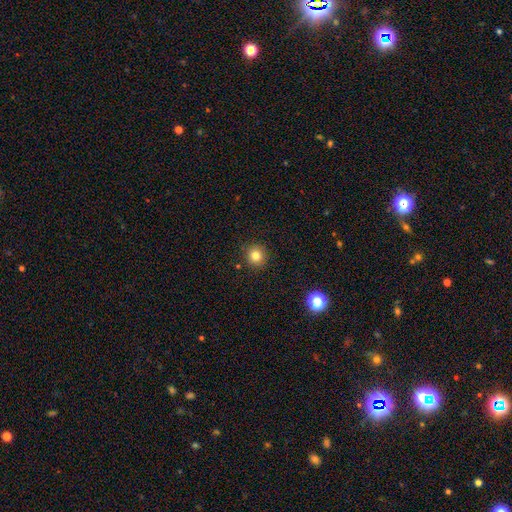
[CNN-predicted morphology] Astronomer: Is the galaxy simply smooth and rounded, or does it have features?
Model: smooth — 82%.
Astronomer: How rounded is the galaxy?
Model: round — 93%.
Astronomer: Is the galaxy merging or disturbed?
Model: none — 90%.